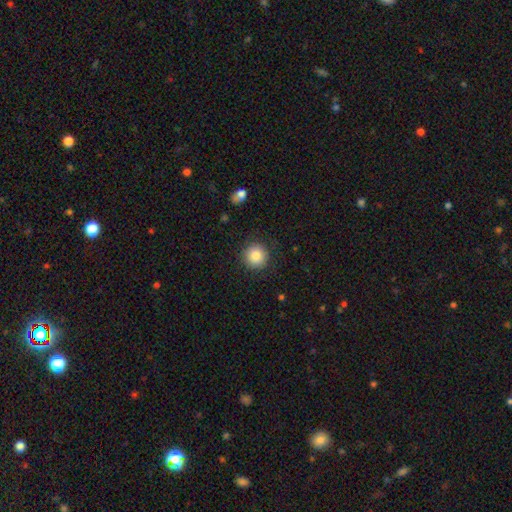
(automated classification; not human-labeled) Overall: smooth (86%). How rounded: round (94%). Merging: none (88%).